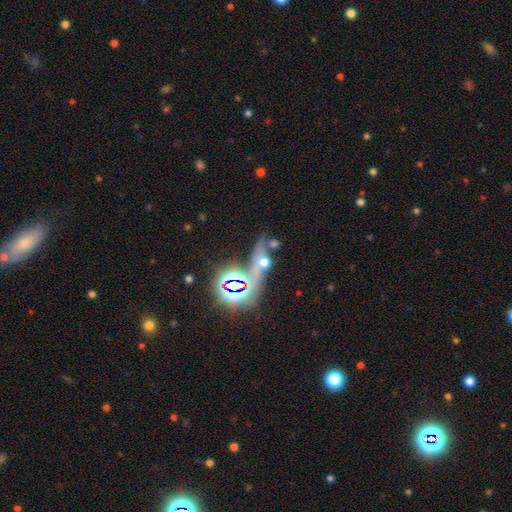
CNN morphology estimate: This appears to be a star or artifact, not a galaxy (51%).